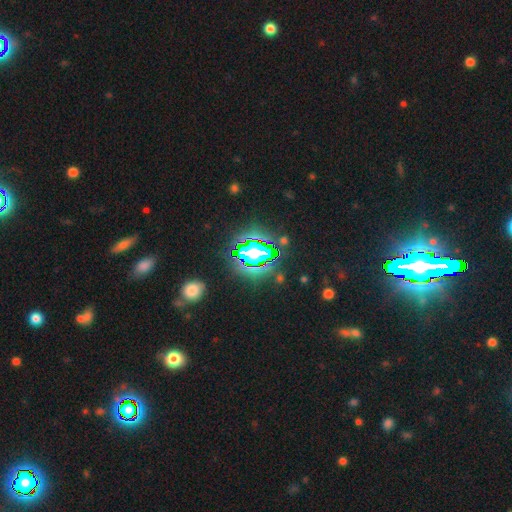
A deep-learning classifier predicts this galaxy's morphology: Q: Smooth or featured?
A: star or artifact (70%); runner-up: smooth (20%)